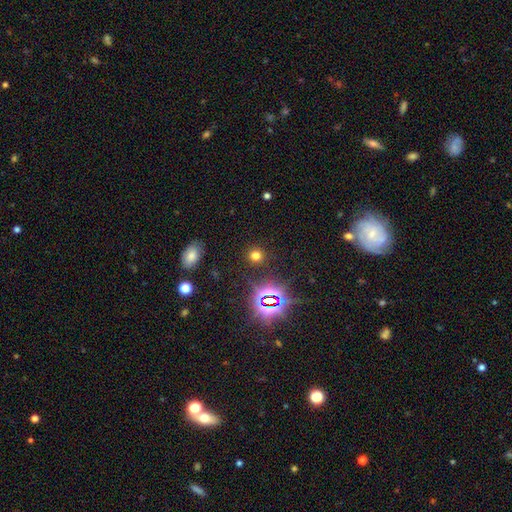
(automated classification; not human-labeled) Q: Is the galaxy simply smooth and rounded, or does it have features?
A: smooth — 66%.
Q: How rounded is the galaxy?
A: round — 88%.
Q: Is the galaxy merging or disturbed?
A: none — 88%.